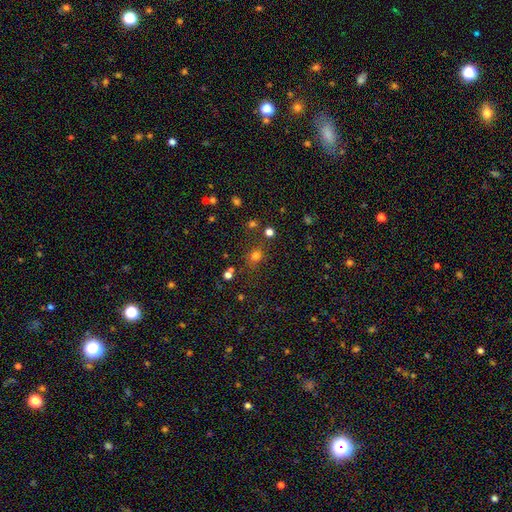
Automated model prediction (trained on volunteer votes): Smooth or featured?
  - smooth: 71% *
  - star or artifact: 22%
  - featured or disk: 7%
How rounded?
  - round: 78% *
  - in between: 20%
  - cigar-shaped: 1%
Merging?
  - none: 74% *
  - minor disturbance: 13%
  - merger: 7%
  - major disturbance: 6%